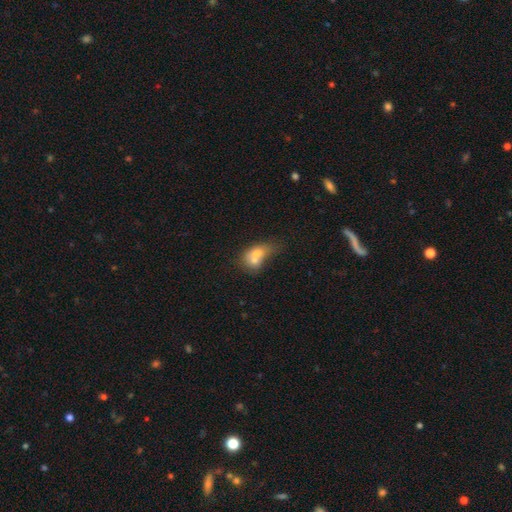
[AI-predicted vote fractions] Overall: smooth (65%). How rounded: in between (61%; round 36%). Merging: merger (67%).